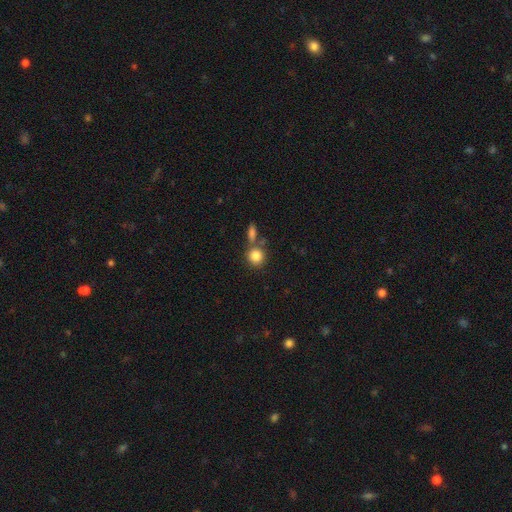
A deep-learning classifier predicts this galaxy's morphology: Smooth or featured? Predicted: smooth (p=0.84). How rounded? Predicted: round (p=0.83). Merging? Predicted: none (p=0.58).